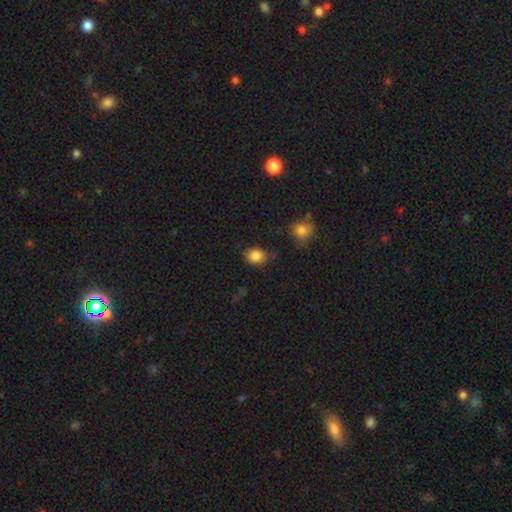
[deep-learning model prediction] Smooth or featured? smooth (85%)
How rounded? round (54%)
Merging? none (73%)